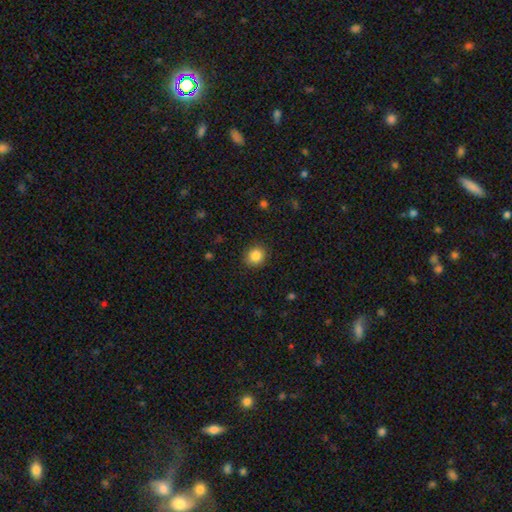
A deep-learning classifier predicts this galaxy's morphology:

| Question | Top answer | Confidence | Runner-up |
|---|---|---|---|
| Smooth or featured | smooth | 86% | star or artifact (10%) |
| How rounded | round | 84% | in between (15%) |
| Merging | none | 89% | minor disturbance (8%) |